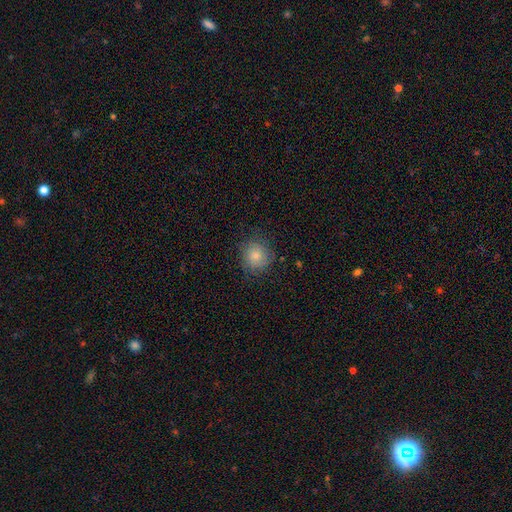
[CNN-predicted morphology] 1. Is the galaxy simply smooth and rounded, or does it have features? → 77% smooth, 14% featured or disk, 9% star or artifact.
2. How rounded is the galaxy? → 89% round, 10% in between, 1% cigar-shaped.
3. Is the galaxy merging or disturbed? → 76% none, 17% minor disturbance, 6% major disturbance, 1% merger.